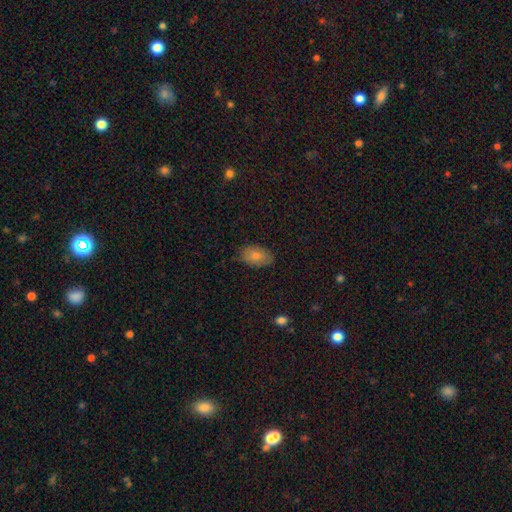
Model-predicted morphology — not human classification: Smooth or featured? Predicted: smooth (p=0.79). How rounded? Predicted: in between (p=0.90). Merging? Predicted: none (p=0.80).